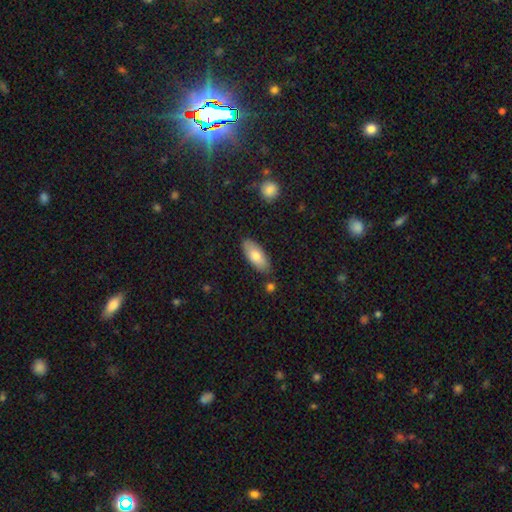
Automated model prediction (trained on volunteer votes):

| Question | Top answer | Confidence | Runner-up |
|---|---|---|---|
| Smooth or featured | smooth | 75% | featured or disk (19%) |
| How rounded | in between | 86% | cigar-shaped (12%) |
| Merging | none | 81% | minor disturbance (13%) |